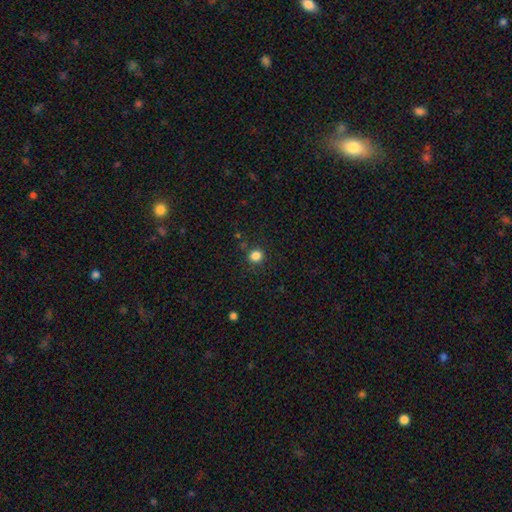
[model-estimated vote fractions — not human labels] Smooth or featured? smooth (83%)
How rounded? round (89%)
Merging? none (87%)